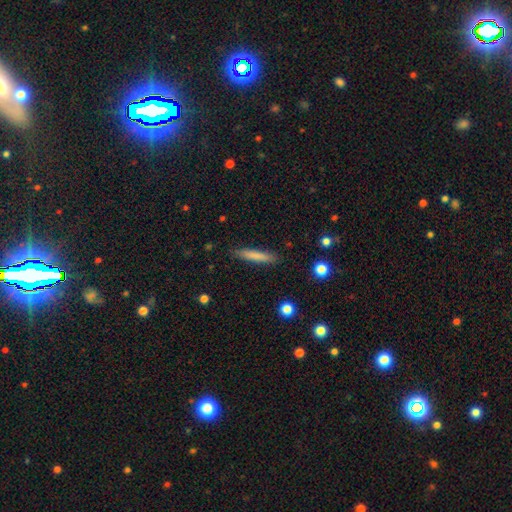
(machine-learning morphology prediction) Q: Smooth or featured?
A: smooth (79%); runner-up: featured or disk (15%)
Q: How rounded?
A: cigar-shaped (91%); runner-up: in between (7%)
Q: Merging?
A: none (88%); runner-up: minor disturbance (9%)